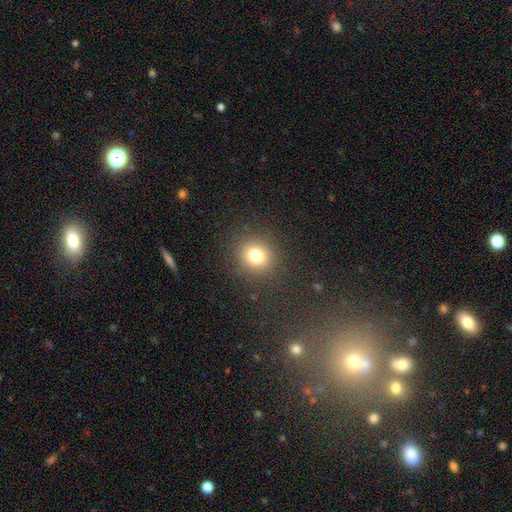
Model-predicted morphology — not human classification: smooth_or_featured: smooth (p=0.77) [alt: star or artifact p=0.15]
how_rounded: round (p=0.85) [alt: in between p=0.14]
merging: none (p=0.88) [alt: minor disturbance p=0.07]